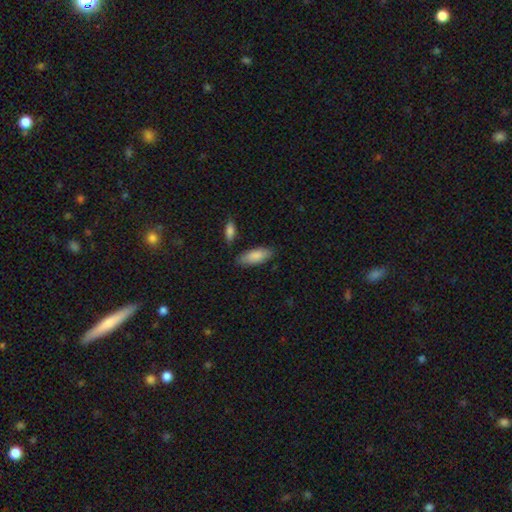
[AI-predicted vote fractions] Smooth or featured? Predicted: smooth (p=0.86). How rounded? Predicted: in between (p=0.79). Merging? Predicted: none (p=0.79).